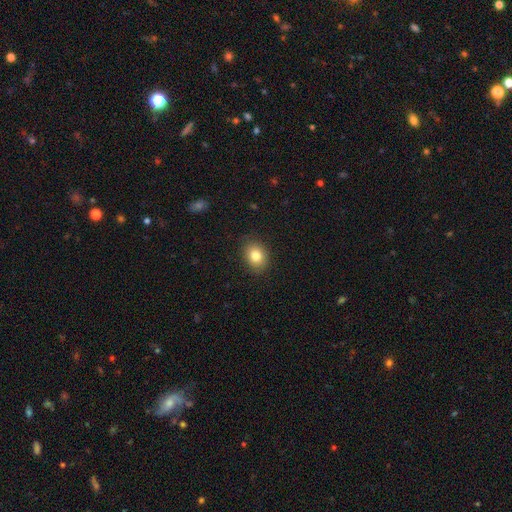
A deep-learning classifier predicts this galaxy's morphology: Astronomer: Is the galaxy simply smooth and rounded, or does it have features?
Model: smooth — 82%.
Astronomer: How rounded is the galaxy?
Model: in between — 52% (runner-up: round, 47%).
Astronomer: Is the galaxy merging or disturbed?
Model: none — 88%.